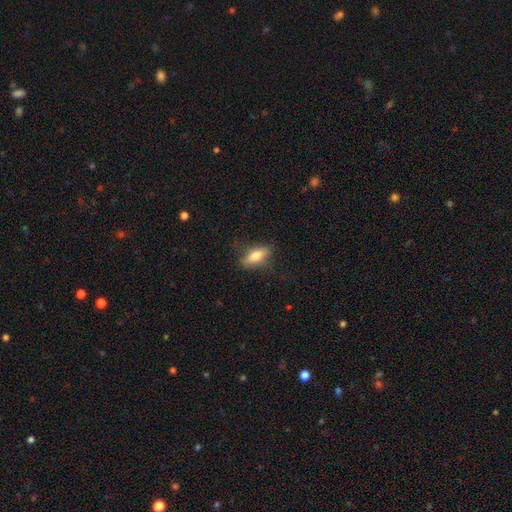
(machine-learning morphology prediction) smooth-or-featured: smooth: 72% | featured or disk: 21% | star or artifact: 7%
  how-rounded: in between: 70% | cigar-shaped: 26% | round: 3%
  merging: none: 73% | minor disturbance: 19% | major disturbance: 7% | merger: 1%